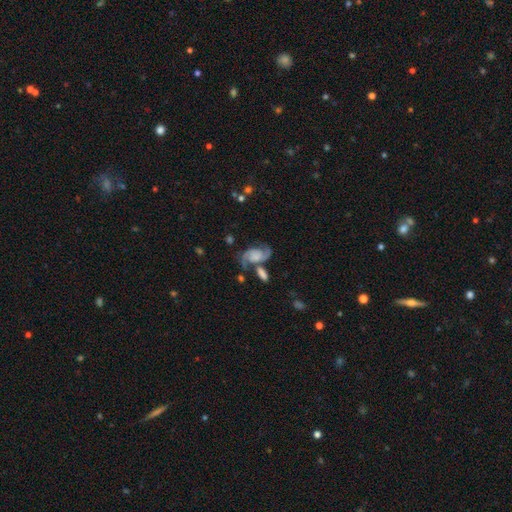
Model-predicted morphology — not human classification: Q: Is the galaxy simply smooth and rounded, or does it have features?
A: featured or disk — 84%.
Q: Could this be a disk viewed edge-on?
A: no — 97%.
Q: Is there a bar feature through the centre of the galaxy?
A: no — 66%.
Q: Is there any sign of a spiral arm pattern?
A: yes — 97%.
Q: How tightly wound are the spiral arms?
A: medium — 49%.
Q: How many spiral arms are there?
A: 2 — 92%.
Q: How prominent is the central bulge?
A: none — 37%.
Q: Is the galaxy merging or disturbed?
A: none — 53%.